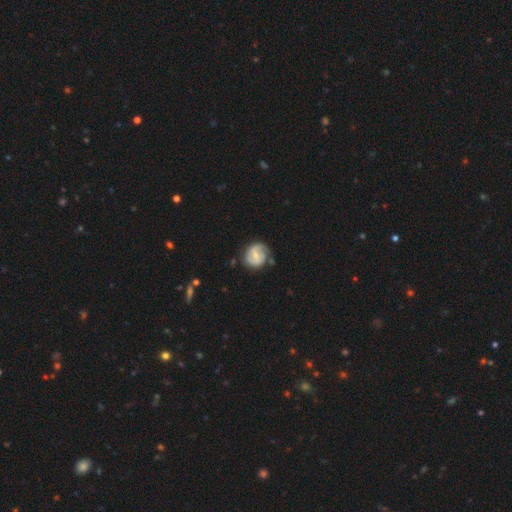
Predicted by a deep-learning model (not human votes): smooth-or-featured: featured or disk: 71% | smooth: 24% | star or artifact: 6%
  disk-edge-on: no: 98% | yes: 2%
    bar: weak: 48% | no: 40% | strong: 11%
    has-spiral-arms: yes: 91% | no: 9%
      spiral-winding: tight: 43% | medium: 41% | loose: 16%
      spiral-arm-count: 2: 74% | can't tell: 12% | 1: 7% | 3: 4% | 4: 1% | more than 4: 1%
    bulge-size: small: 54% | moderate: 36% | none: 7% | large: 2% | dominant: 1%
  merging: none: 67% | minor disturbance: 22% | major disturbance: 8% | merger: 3%